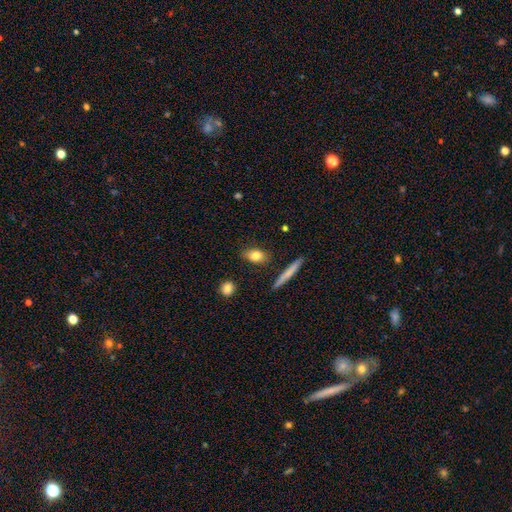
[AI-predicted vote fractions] Smooth or featured?
  - smooth: 79% *
  - featured or disk: 14%
  - star or artifact: 8%
How rounded?
  - in between: 76% *
  - round: 13%
  - cigar-shaped: 10%
Merging?
  - none: 85% *
  - minor disturbance: 10%
  - merger: 3%
  - major disturbance: 3%